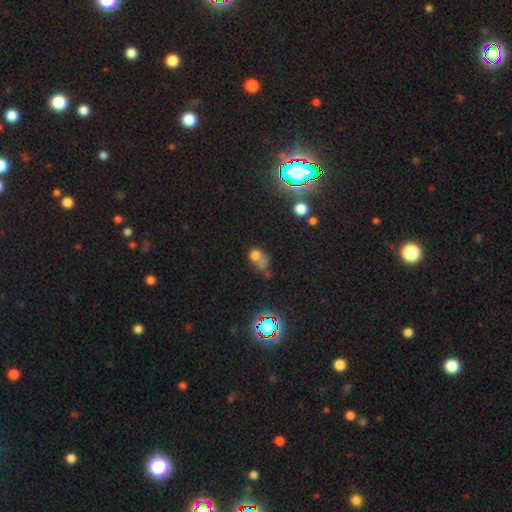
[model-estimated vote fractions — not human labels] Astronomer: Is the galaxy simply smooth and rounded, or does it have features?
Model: smooth — 60%.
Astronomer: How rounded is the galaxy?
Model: round — 60% (runner-up: in between, 38%).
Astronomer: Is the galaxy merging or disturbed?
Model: merger — 41% (runner-up: none, 31%).